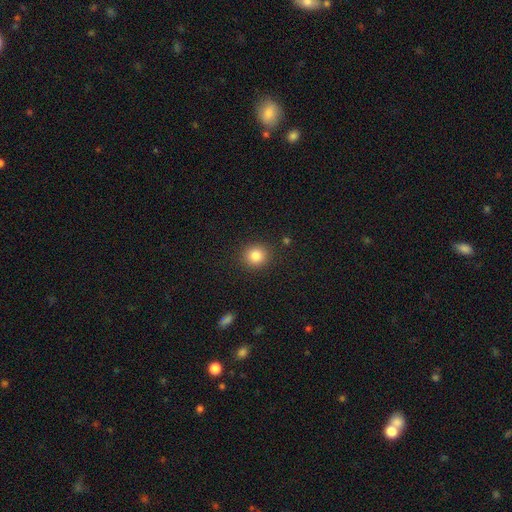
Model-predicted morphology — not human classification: This is clearly a smooth galaxy (83%). How rounded: clearly round (88%). Merging: clearly none (89%).